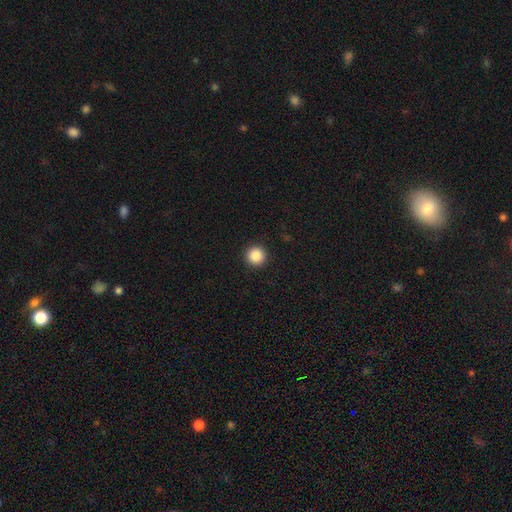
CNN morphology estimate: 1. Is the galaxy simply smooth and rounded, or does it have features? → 87% smooth, 10% star or artifact, 3% featured or disk.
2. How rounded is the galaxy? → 96% round, 3% in between, 1% cigar-shaped.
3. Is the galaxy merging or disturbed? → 93% none, 4% minor disturbance, 2% major disturbance, 1% merger.